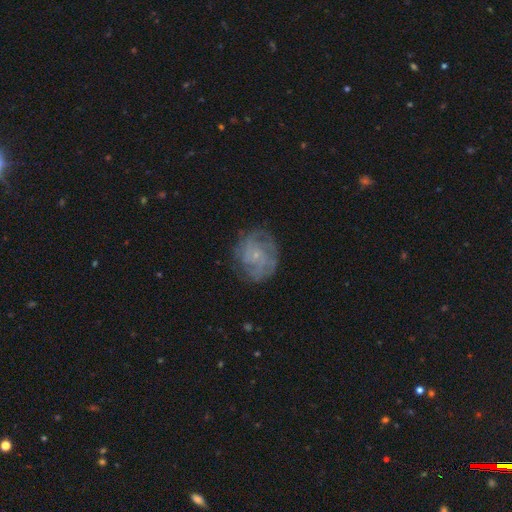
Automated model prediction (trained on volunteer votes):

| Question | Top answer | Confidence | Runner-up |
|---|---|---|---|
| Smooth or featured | featured or disk | 78% | smooth (14%) |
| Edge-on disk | no | 98% | yes (2%) |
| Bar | no | 75% | weak (22%) |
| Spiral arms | yes | 93% | no (7%) |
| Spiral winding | tight | 58% | medium (33%) |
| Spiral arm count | can't tell | 33% | 2 (20%) |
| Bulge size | small | 80% | moderate (11%) |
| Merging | none | 76% | minor disturbance (16%) |